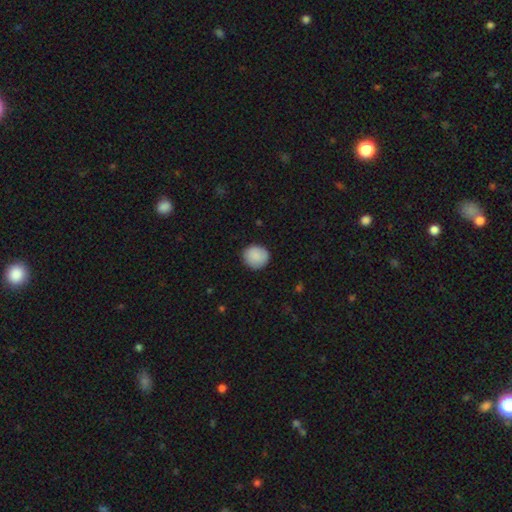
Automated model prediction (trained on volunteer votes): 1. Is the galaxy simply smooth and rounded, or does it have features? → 89% smooth, 7% star or artifact, 4% featured or disk.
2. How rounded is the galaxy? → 90% round, 9% in between, 1% cigar-shaped.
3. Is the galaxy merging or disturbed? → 88% none, 9% minor disturbance, 2% major disturbance, 1% merger.